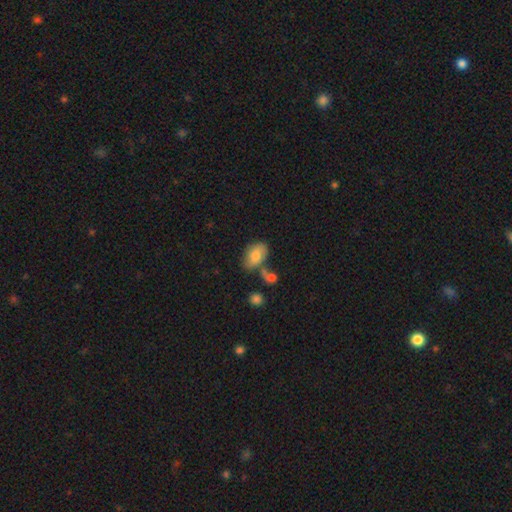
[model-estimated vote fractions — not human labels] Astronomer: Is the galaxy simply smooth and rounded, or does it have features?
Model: smooth — 76%.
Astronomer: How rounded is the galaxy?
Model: in between — 89%.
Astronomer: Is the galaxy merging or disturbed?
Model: none — 50%.